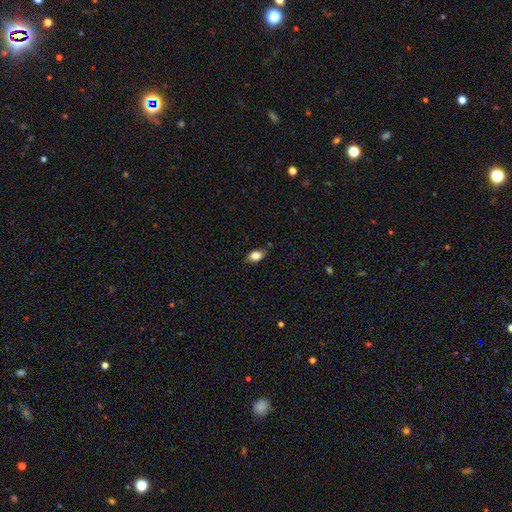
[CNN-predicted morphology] Smooth or featured? Predicted: smooth (p=0.83). How rounded? Predicted: in between (p=0.86). Merging? Predicted: none (p=0.78).